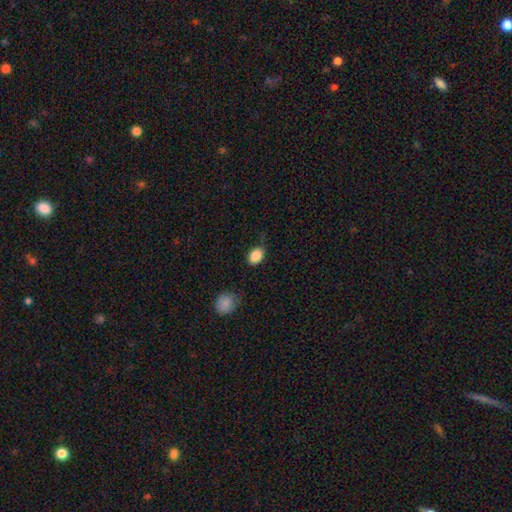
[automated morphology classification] A smooth galaxy with no disk features (87%) that is in between round and cigar-shaped (66%). Merging: none (73%).